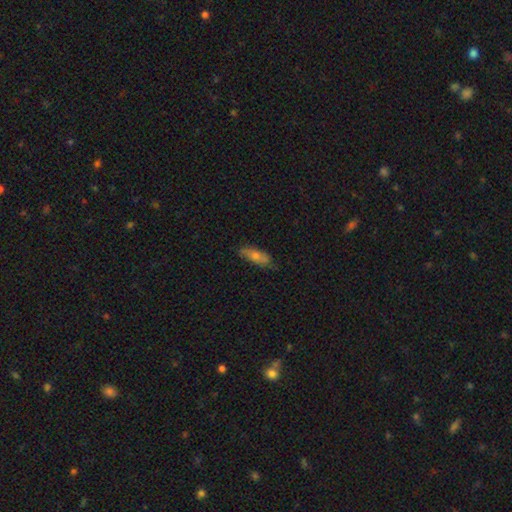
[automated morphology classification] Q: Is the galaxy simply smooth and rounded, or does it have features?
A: smooth — 62%.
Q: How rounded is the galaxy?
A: in between — 58%.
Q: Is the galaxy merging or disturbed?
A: none — 77%.